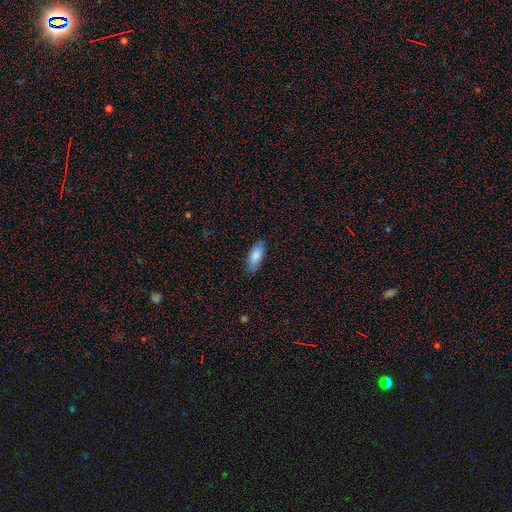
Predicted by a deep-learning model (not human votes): The model was most divided on "how rounded": in between: 75%, cigar-shaped: 23%, round: 2%. More confident: smooth or featured — smooth (83%); merging — none (83%).